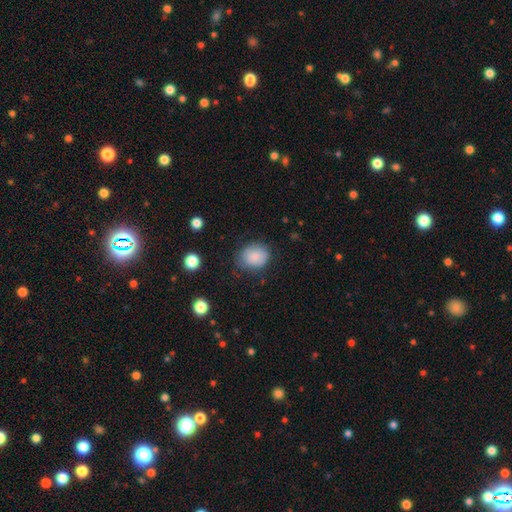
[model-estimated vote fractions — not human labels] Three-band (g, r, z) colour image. It shows a smooth galaxy with no disk features (83%) that is round (58%). Merging: none (70%).